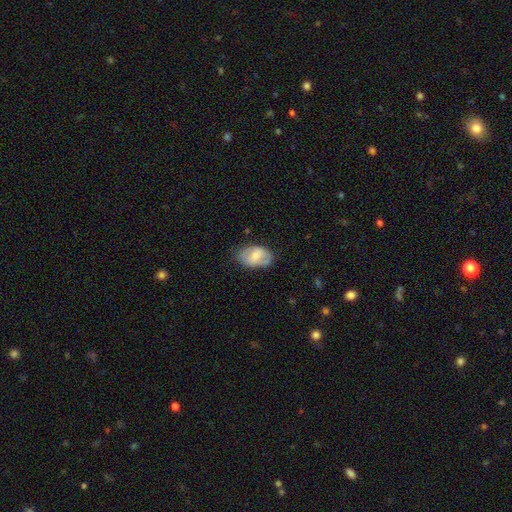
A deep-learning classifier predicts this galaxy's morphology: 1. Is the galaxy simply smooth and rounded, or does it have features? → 64% smooth, 30% featured or disk, 7% star or artifact.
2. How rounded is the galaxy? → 90% in between, 9% round, 1% cigar-shaped.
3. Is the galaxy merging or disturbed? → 63% none, 27% minor disturbance, 8% major disturbance, 2% merger.